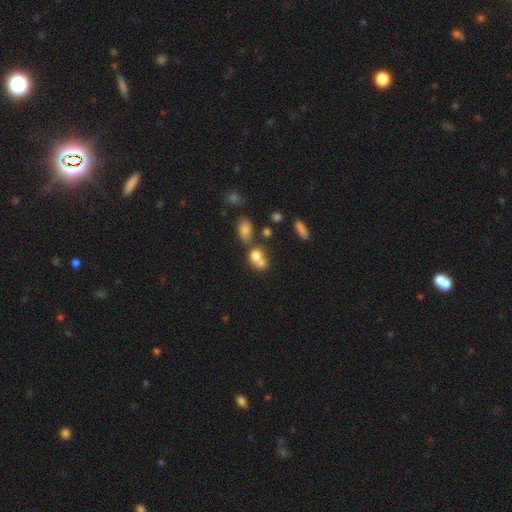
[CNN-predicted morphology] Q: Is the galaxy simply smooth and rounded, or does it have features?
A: smooth — 73%.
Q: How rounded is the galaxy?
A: round — 49%, tied with in between.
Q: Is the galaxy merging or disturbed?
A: merger — 58%.